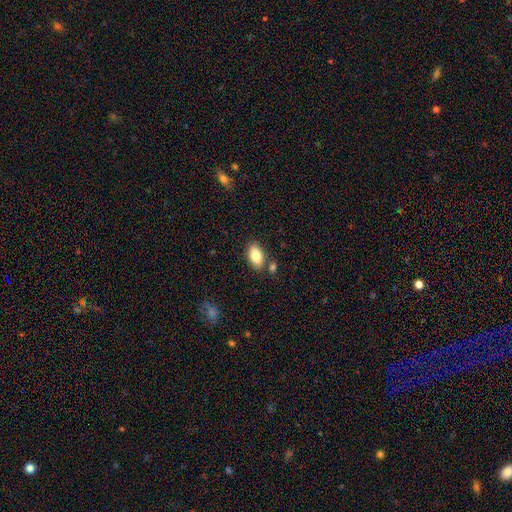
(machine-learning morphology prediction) A smooth galaxy with no disk features (83%) that is in between round and cigar-shaped (92%). Merging: none (78%).